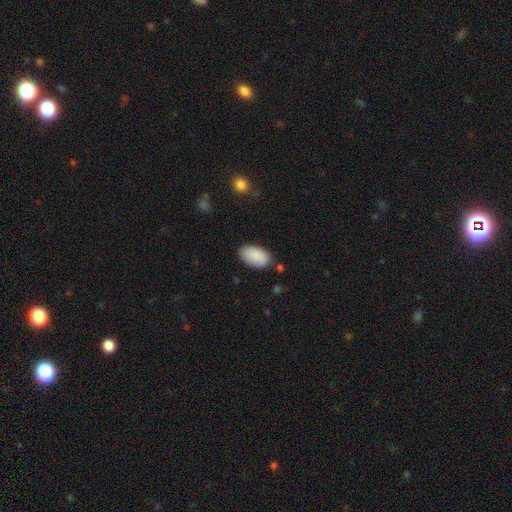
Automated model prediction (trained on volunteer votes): Smooth or featured? smooth (89%)
How rounded? in between (95%)
Merging? none (83%)